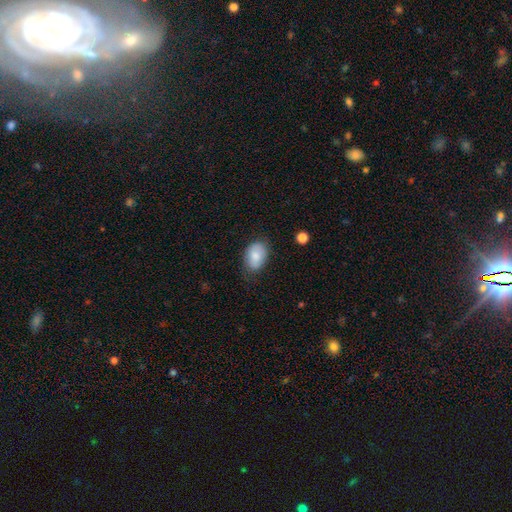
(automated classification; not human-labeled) Overall: smooth (81%). How rounded: in between (86%). Merging: none (66%).